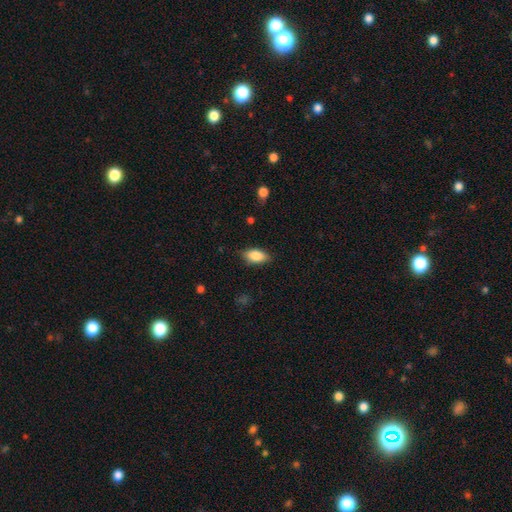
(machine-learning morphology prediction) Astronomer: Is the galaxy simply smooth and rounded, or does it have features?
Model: smooth — 84%.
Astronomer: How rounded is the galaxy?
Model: in between — 89%.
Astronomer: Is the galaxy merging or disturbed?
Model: none — 83%.